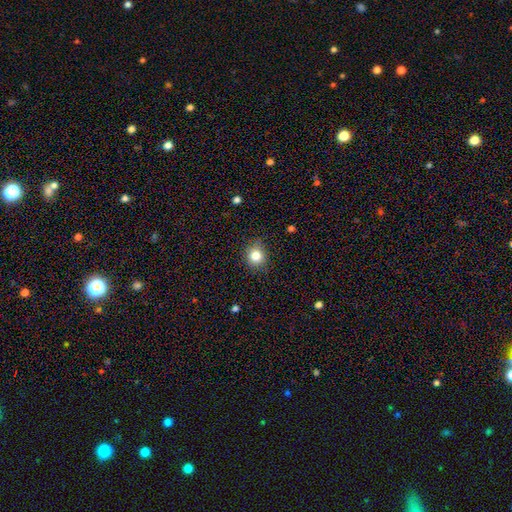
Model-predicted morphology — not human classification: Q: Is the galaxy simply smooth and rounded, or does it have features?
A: smooth — 81%.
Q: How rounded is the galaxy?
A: round — 76%.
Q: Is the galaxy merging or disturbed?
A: none — 80%.